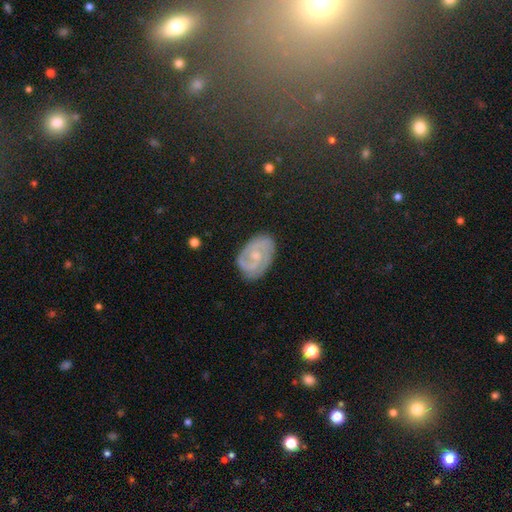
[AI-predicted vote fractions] Overall: featured or disk (78%). Edge-on disk: no (97%). Bar: no (59%; weak 35%). Spiral arms: yes (94%). Spiral arm count: 2 (74%). Spiral winding: tight (49%; medium 40%). Bulge size: small (58%; moderate 35%). Merging: none (79%).